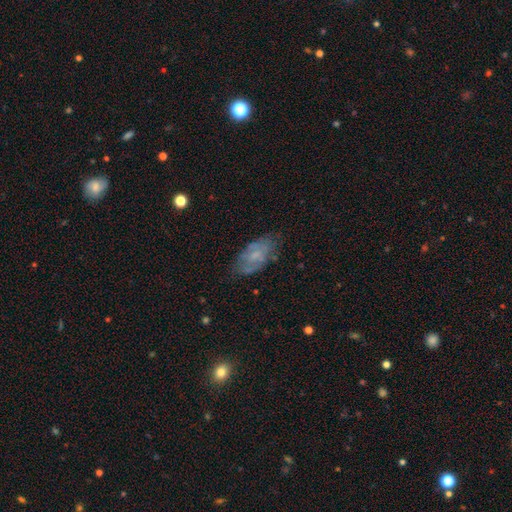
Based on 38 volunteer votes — This appears to be a featured or disk galaxy (76%) with no bar (61%), medium (55%) spiral arms (71%) and a small central bulge (39%). Merging: none (71%).